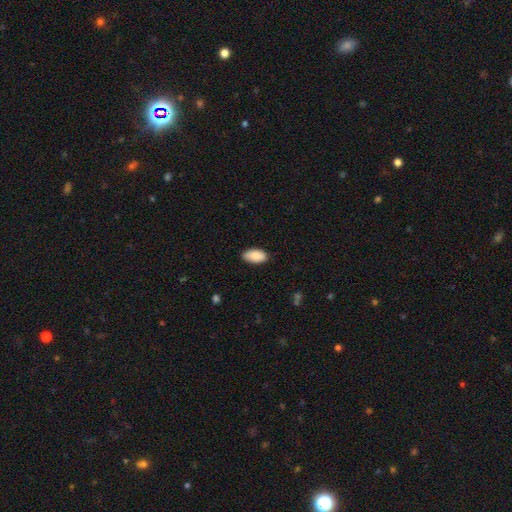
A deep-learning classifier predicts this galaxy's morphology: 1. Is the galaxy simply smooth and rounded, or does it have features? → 87% smooth, 6% featured or disk, 6% star or artifact.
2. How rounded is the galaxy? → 95% in between, 3% cigar-shaped, 3% round.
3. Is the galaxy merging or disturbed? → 82% none, 14% minor disturbance, 2% major disturbance, 1% merger.